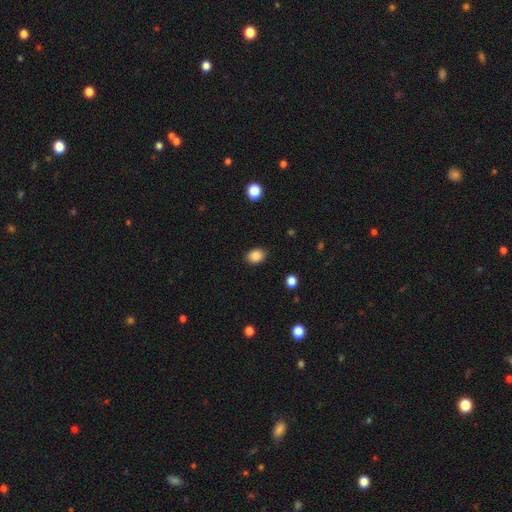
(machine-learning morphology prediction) Smooth or featured?
  - smooth: 86% *
  - star or artifact: 9%
  - featured or disk: 4%
How rounded?
  - in between: 61% *
  - round: 38%
  - cigar-shaped: 1%
Merging?
  - none: 87% *
  - minor disturbance: 9%
  - major disturbance: 2%
  - merger: 1%